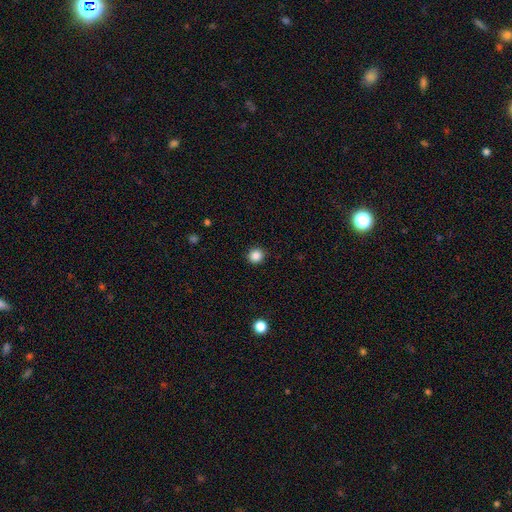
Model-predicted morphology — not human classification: smooth_or_featured: smooth (p=0.86) [alt: star or artifact p=0.10]
how_rounded: round (p=0.92) [alt: in between p=0.07]
merging: none (p=0.92) [alt: minor disturbance p=0.05]